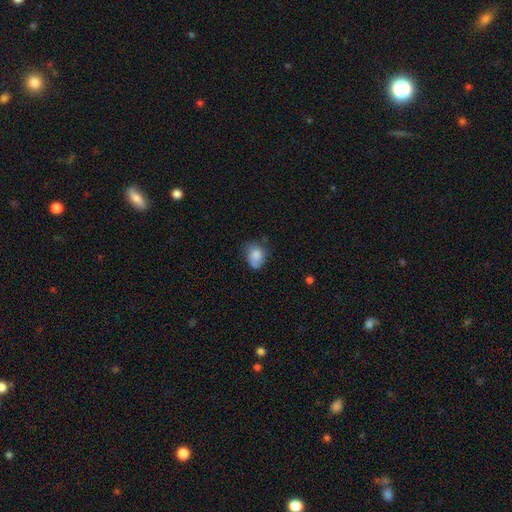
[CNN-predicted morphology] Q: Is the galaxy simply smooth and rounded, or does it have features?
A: smooth — 76%.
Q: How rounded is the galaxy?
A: round — 53%.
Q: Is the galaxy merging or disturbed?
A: none — 47%.